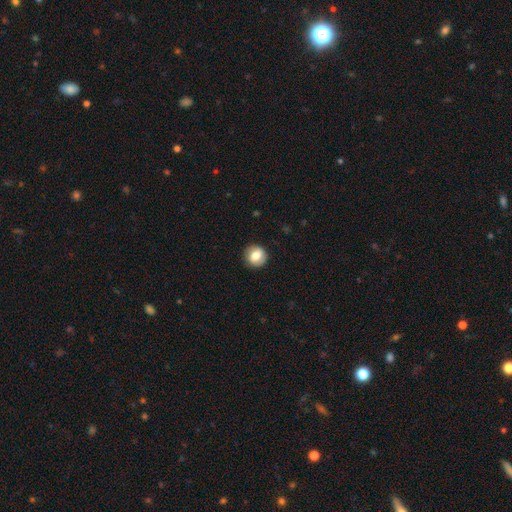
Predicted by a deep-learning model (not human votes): This appears to be a smooth galaxy with no disk features (68%) that is round (86%). Merging: none (88%).